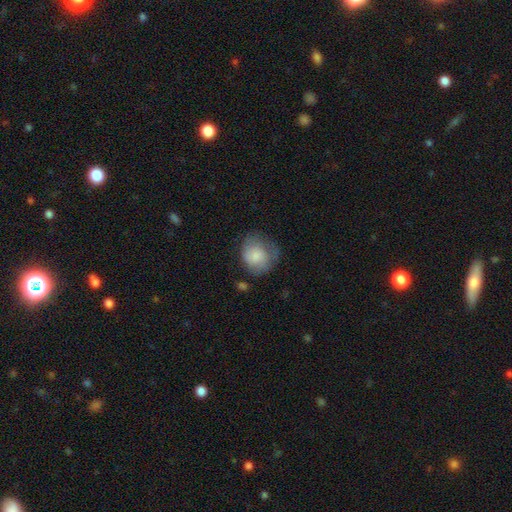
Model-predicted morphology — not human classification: The model was most divided on "merging": none: 47%, minor disturbance: 32%, major disturbance: 18%, merger: 3%. More confident: smooth or featured — smooth (78%); how rounded — round (74%).